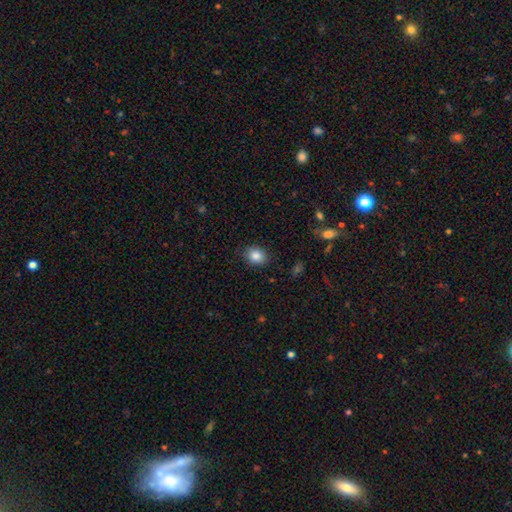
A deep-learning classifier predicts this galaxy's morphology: A smooth galaxy with no disk features (86%) that is in between round and cigar-shaped (51%). Merging: none (85%).